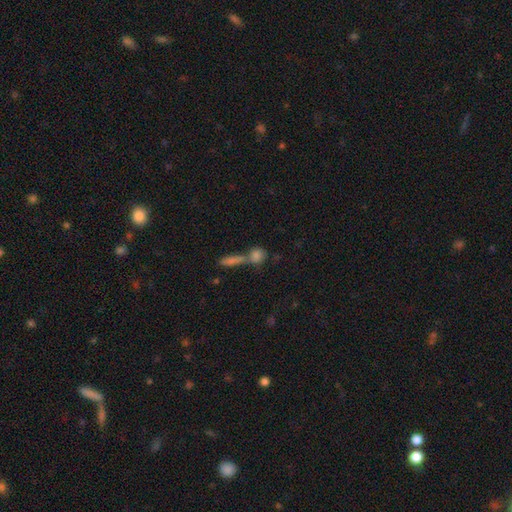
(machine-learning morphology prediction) Overall: smooth (43%; star or artifact 34%). Merging: none (47%; merger 36%).